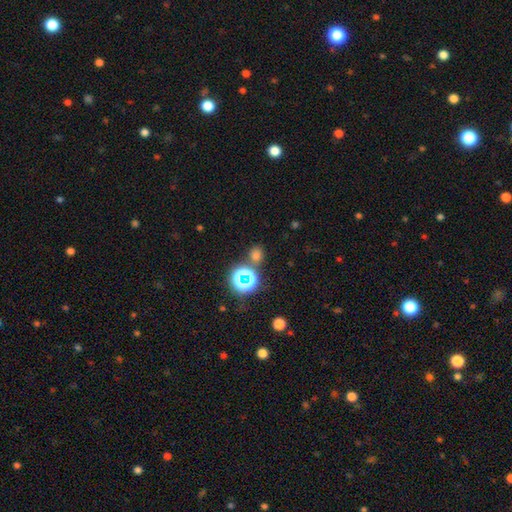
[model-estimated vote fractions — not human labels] This is possibly a smooth galaxy (60%). How rounded: likely round (77%). Merging: likely none (76%).